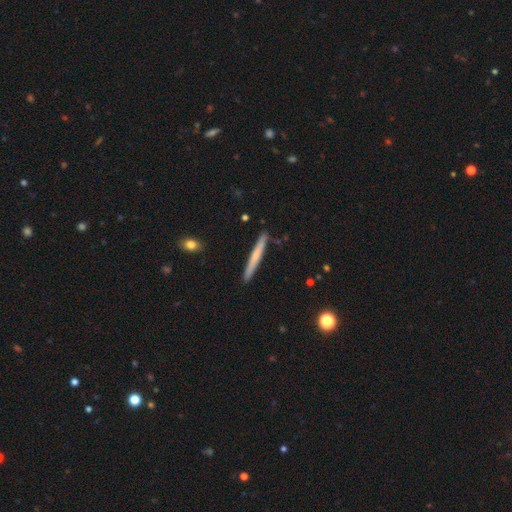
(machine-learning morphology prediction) Smooth or featured: smooth — 57% (featured or disk — 37%)
How rounded: cigar-shaped — 97% (in between — 2%)
Merging: none — 89% (minor disturbance — 8%)